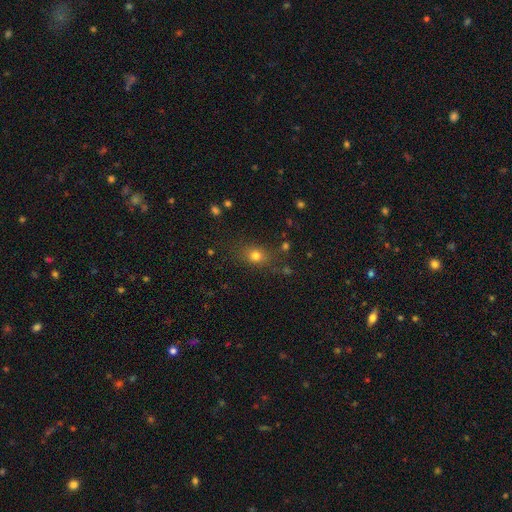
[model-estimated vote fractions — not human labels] Q: Smooth or featured?
A: smooth (76%); runner-up: star or artifact (15%)
Q: How rounded?
A: in between (51%); runner-up: round (46%)
Q: Merging?
A: none (77%); runner-up: minor disturbance (15%)